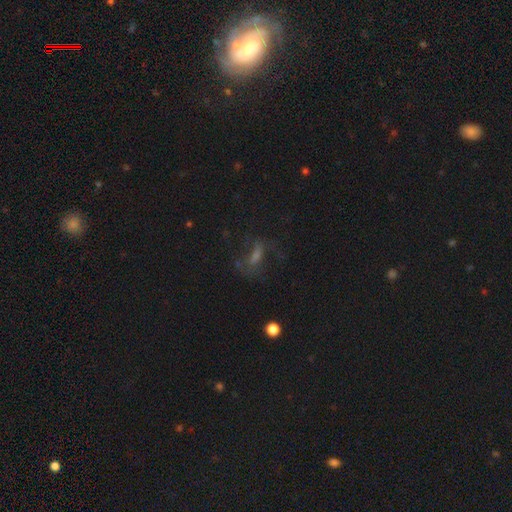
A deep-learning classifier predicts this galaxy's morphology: Smooth or featured? featured or disk (41%)
Merging? none (52%)